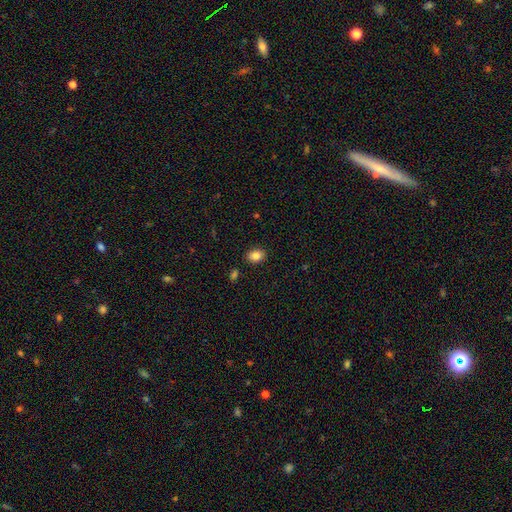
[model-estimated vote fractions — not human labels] A smooth galaxy with no disk features (85%) that is in between round and cigar-shaped (70%). Merging: none (88%).